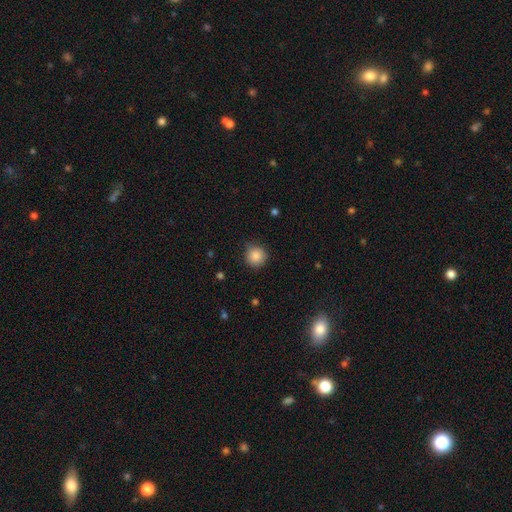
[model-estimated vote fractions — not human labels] Smooth or featured?
  - smooth: 87% *
  - star or artifact: 9%
  - featured or disk: 4%
How rounded?
  - round: 93% *
  - in between: 6%
  - cigar-shaped: 1%
Merging?
  - none: 85% *
  - minor disturbance: 11%
  - major disturbance: 3%
  - merger: 1%